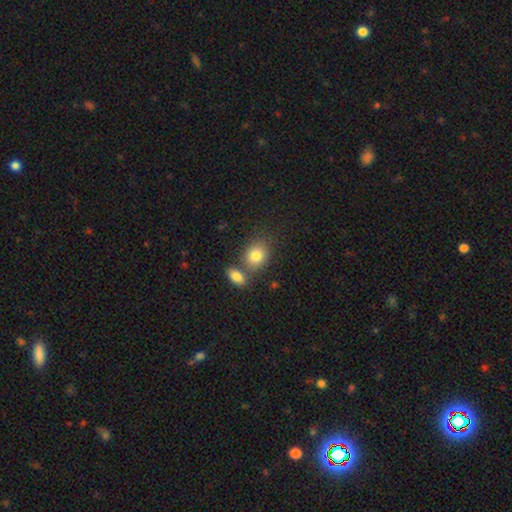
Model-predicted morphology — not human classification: A smooth galaxy with no disk features (81%) that is in between round and cigar-shaped (52%). Merging: none (55%).